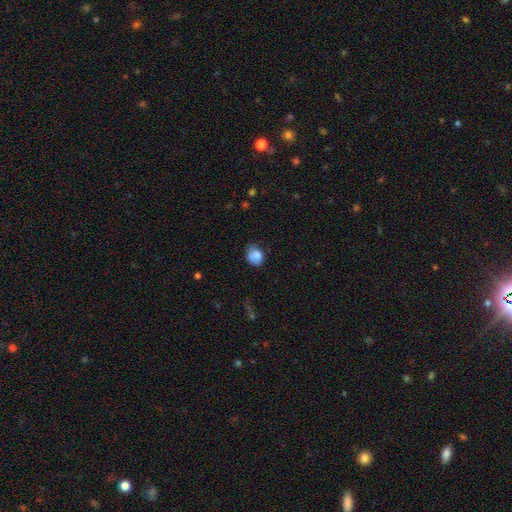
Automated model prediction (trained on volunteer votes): Smooth or featured: smooth — 77% (featured or disk — 14%)
How rounded: round — 51% (in between — 48%)
Merging: none — 48% (minor disturbance — 34%)